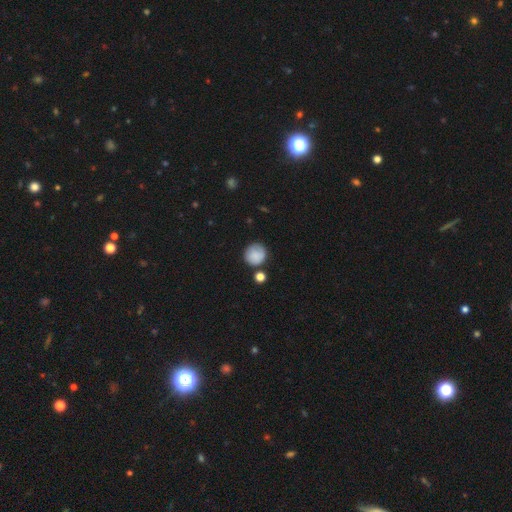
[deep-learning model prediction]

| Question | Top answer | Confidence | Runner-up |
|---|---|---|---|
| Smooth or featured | smooth | 85% | star or artifact (8%) |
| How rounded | round | 91% | in between (8%) |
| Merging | none | 72% | minor disturbance (16%) |